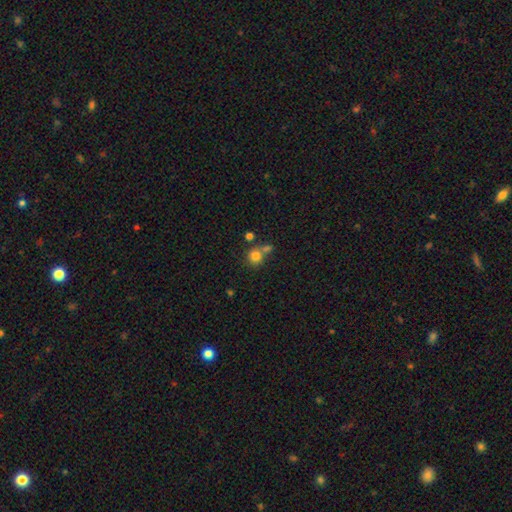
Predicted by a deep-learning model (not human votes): This appears to be a smooth galaxy with no disk features (80%) that is round (88%). Merging: none (55%).